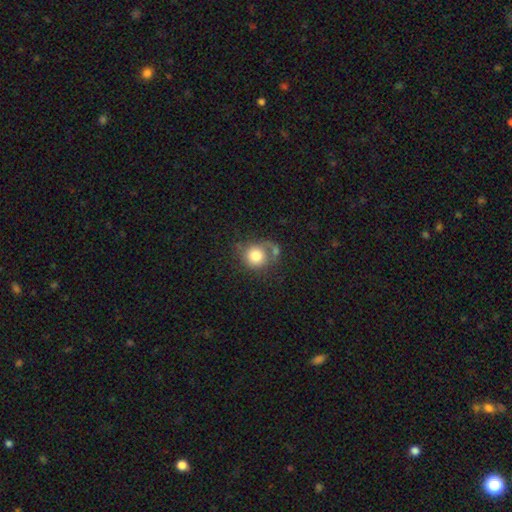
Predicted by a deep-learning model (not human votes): Smooth or featured: smooth — 77% (featured or disk — 14%)
How rounded: round — 84% (in between — 15%)
Merging: none — 49% (minor disturbance — 19%)